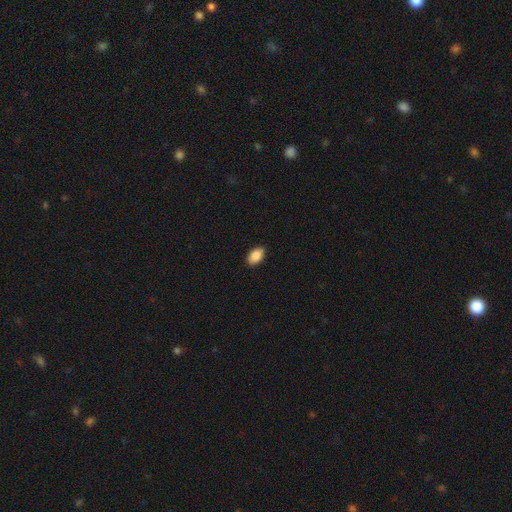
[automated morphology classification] Smooth or featured? smooth (89%)
How rounded? in between (94%)
Merging? none (89%)